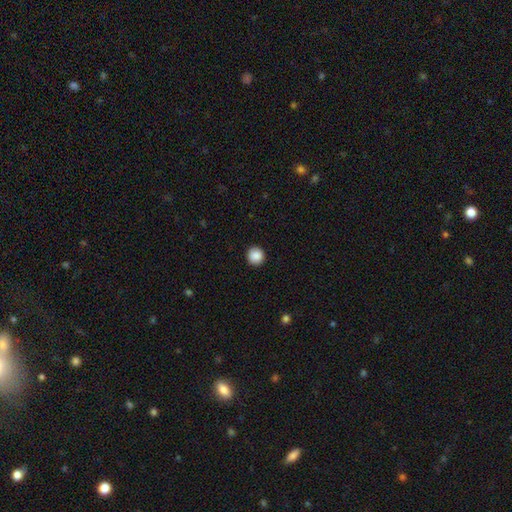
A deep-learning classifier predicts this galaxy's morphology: This appears to be a smooth galaxy with no disk features (89%) that is round (94%). Merging: none (92%).